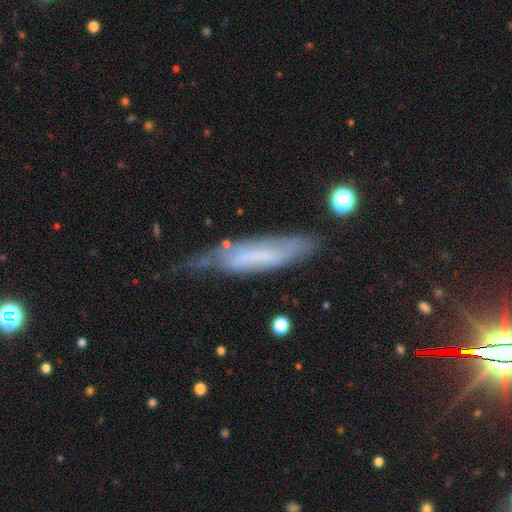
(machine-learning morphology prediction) This is possibly a featured or disk galaxy (50%). Merging: possibly none (45%).